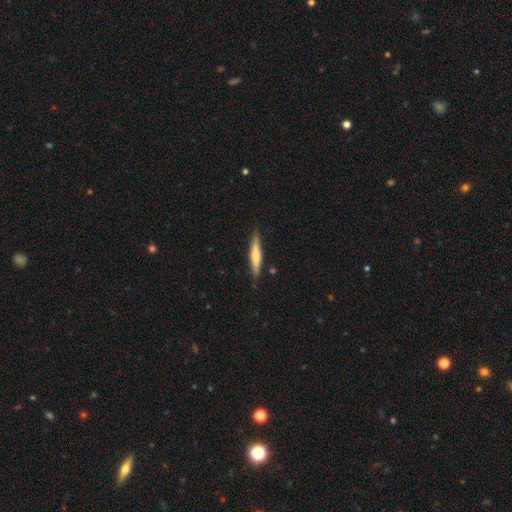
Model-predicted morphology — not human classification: Q: Smooth or featured?
A: smooth (57%); runner-up: featured or disk (38%)
Q: How rounded?
A: cigar-shaped (89%); runner-up: in between (9%)
Q: Merging?
A: none (85%); runner-up: minor disturbance (12%)